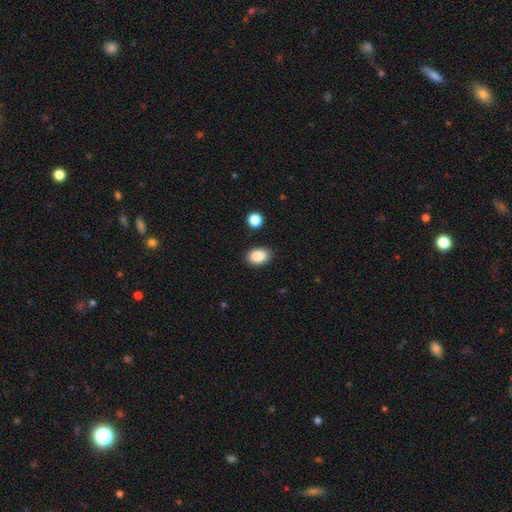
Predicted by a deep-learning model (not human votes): smooth_or_featured: smooth (p=0.88) [alt: star or artifact p=0.08]
how_rounded: in between (p=0.80) [alt: round p=0.19]
merging: none (p=0.87) [alt: minor disturbance p=0.09]